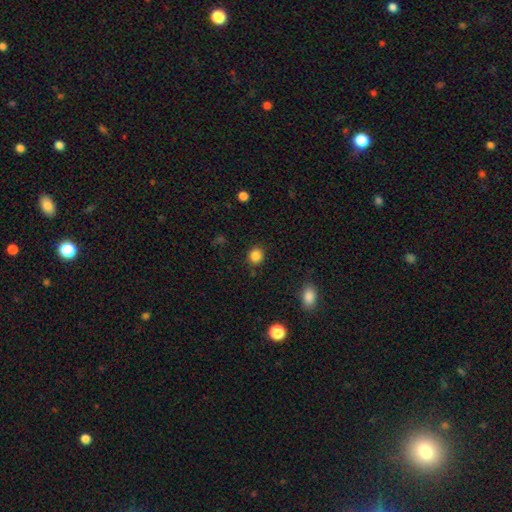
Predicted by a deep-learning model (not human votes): A smooth galaxy with no disk features (85%) that is round (86%).

Vote fractions:
- Smooth or featured? smooth: 85% / star or artifact: 11% / featured or disk: 4%
- How rounded? round: 86% / in between: 13% / cigar-shaped: 1%
- Merging? none: 88% / minor disturbance: 7% / major disturbance: 3% / merger: 2%